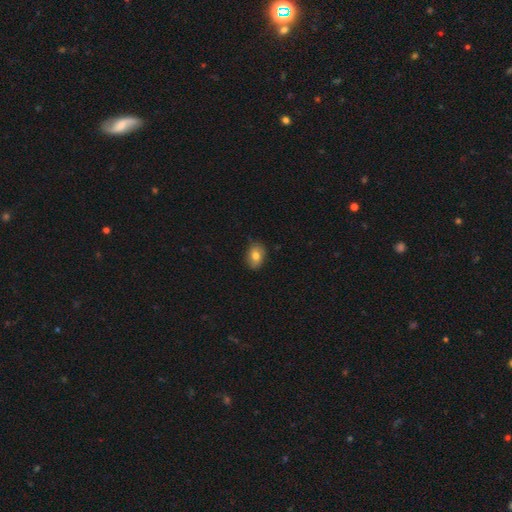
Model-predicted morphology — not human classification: Q: Smooth or featured?
A: smooth (78%); runner-up: featured or disk (13%)
Q: How rounded?
A: in between (75%); runner-up: round (24%)
Q: Merging?
A: none (80%); runner-up: minor disturbance (16%)